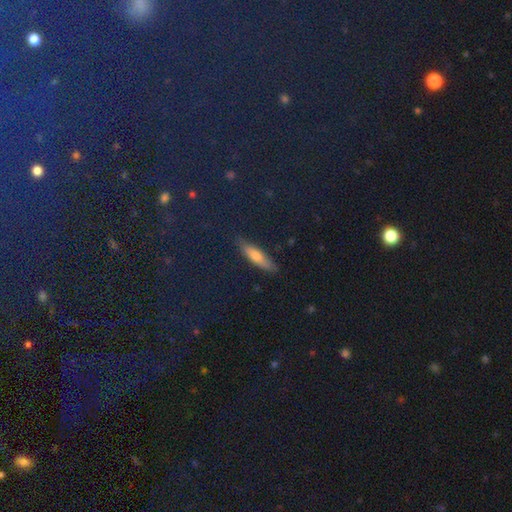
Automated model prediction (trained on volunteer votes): smooth_or_featured: smooth (p=0.55) [alt: featured or disk p=0.31]
how_rounded: cigar-shaped (p=0.75) [alt: in between p=0.21]
merging: none (p=0.87) [alt: minor disturbance p=0.09]